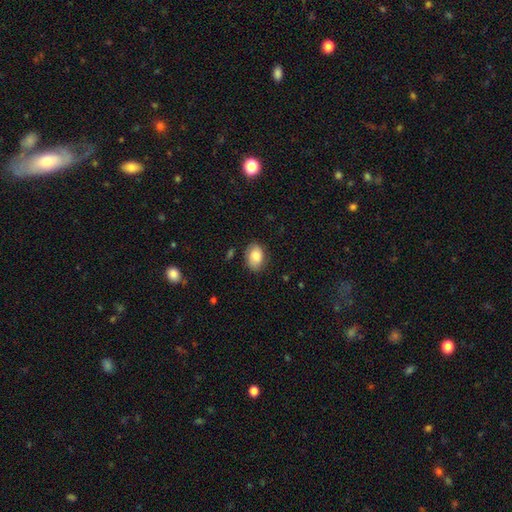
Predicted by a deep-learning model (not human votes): This appears to be a smooth galaxy with no disk features (82%) that is in between round and cigar-shaped (80%). Merging: none (79%).